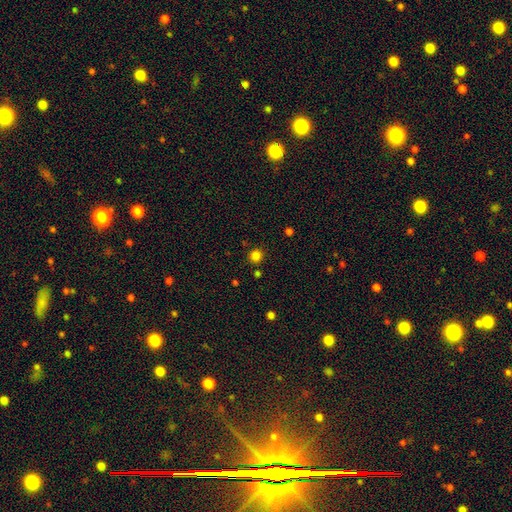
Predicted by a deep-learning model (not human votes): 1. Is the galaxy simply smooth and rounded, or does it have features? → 81% smooth, 15% star or artifact, 4% featured or disk.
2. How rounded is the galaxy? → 92% round, 7% in between, 1% cigar-shaped.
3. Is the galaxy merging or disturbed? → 87% none, 7% minor disturbance, 4% merger, 2% major disturbance.